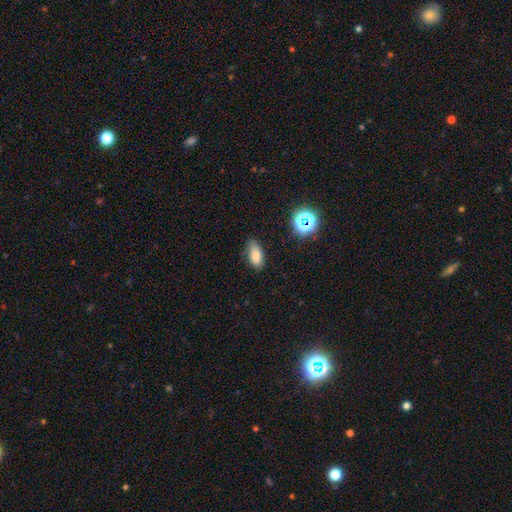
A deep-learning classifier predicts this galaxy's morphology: A smooth galaxy with no disk features (80%) that is in between round and cigar-shaped (85%). Merging: none (74%).